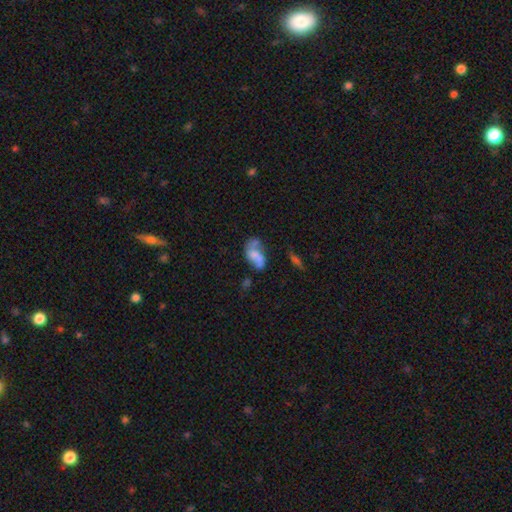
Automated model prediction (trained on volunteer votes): Smooth or featured: featured or disk — 46% (smooth — 43%)
Merging: none — 31% (merger — 27%)